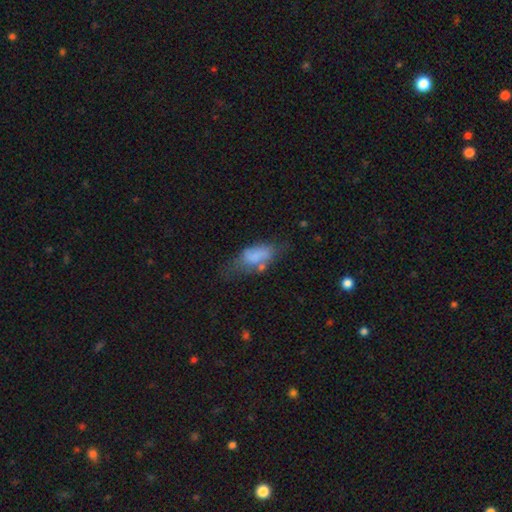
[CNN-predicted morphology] smooth-or-featured: smooth: 71% | featured or disk: 20% | star or artifact: 9%
  how-rounded: in between: 86% | cigar-shaped: 10% | round: 4%
  merging: none: 34% | minor disturbance: 32% | major disturbance: 24% | merger: 10%